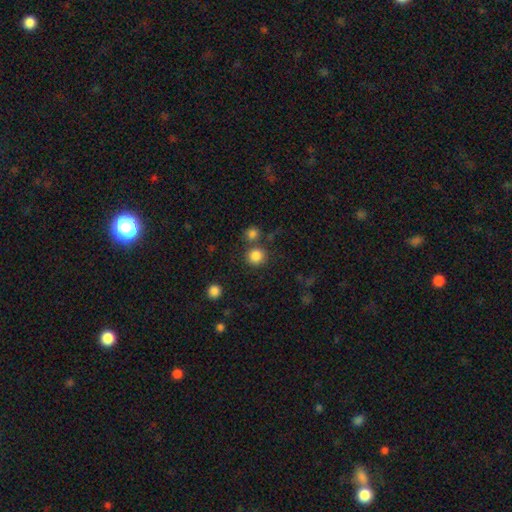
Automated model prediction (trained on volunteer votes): The model was most divided on "merging": none: 76%, merger: 13%, minor disturbance: 8%, major disturbance: 3%. More confident: how rounded — round (89%); smooth or featured — smooth (84%).